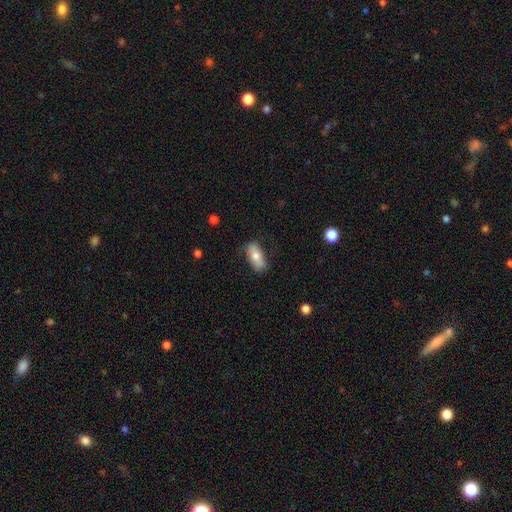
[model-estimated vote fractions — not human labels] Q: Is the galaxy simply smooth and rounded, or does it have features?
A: smooth — 69%.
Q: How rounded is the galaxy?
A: in between — 82%.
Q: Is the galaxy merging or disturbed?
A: none — 75%.